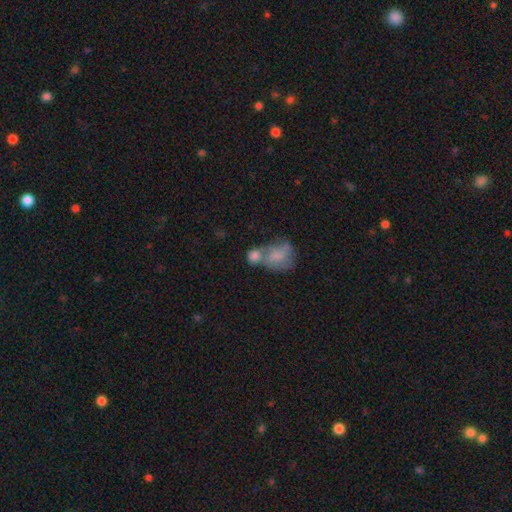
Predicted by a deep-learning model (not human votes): Smooth or featured: smooth — 66% (featured or disk — 23%)
How rounded: in between — 57% (round — 41%)
Merging: merger — 59% (none — 20%)